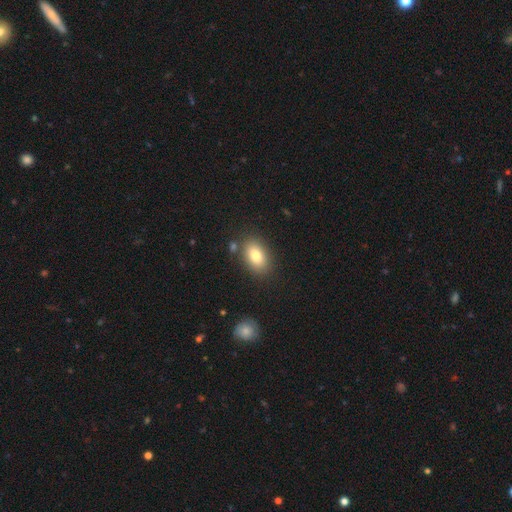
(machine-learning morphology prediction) This appears to be a smooth galaxy with no disk features (80%) that is in between round and cigar-shaped (87%). Merging: none (81%).